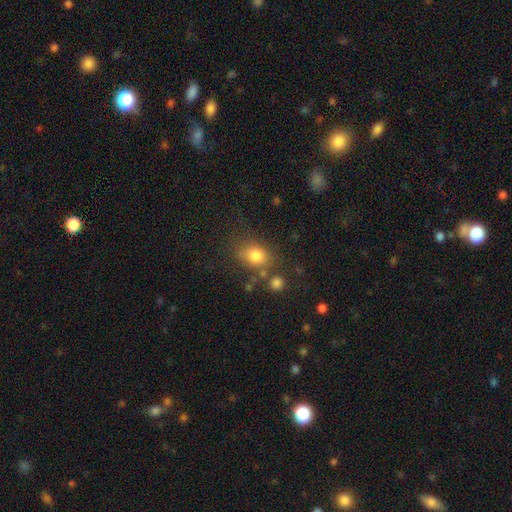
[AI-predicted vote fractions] smooth 79%, star or artifact 12%, featured or disk 9%. Down the decision tree: how rounded — in between (51%); merging — none (64%).